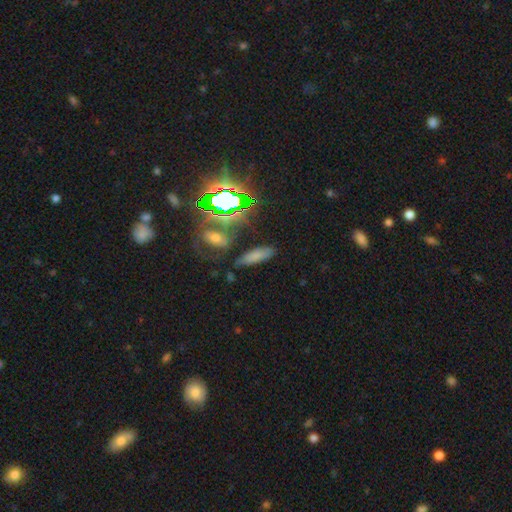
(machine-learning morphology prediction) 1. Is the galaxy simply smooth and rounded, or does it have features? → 63% smooth, 23% star or artifact, 15% featured or disk.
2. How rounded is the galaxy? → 49% in between, 47% cigar-shaped, 4% round.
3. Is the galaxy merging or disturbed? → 75% none, 14% minor disturbance, 5% major disturbance, 5% merger.